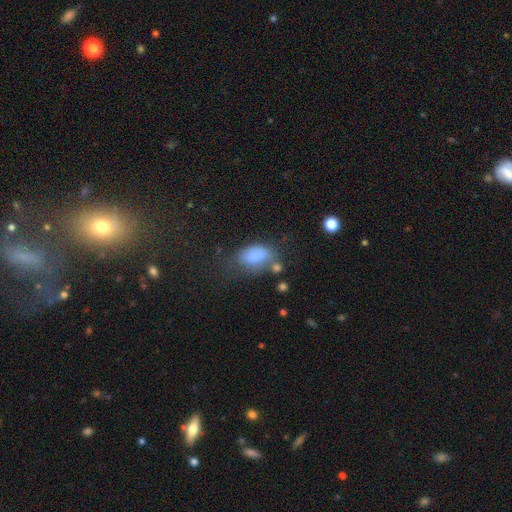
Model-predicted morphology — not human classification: The model was most divided on "merging": none: 36%, minor disturbance: 28%, major disturbance: 23%, merger: 13%. More confident: how rounded — in between (88%); smooth or featured — smooth (78%).